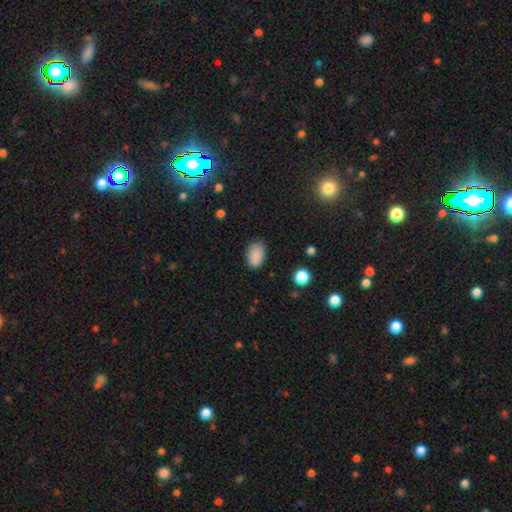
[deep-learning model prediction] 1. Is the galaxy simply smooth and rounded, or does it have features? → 87% smooth, 9% star or artifact, 4% featured or disk.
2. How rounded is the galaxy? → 86% in between, 13% round, 1% cigar-shaped.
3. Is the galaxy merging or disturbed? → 79% none, 16% minor disturbance, 3% major disturbance, 1% merger.